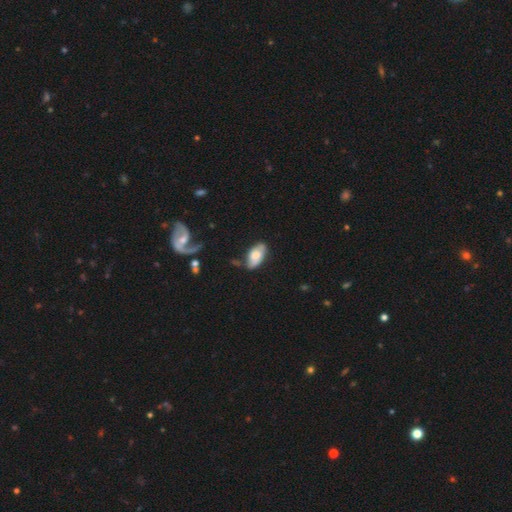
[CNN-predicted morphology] The model was most divided on "smooth or featured": smooth: 59%, featured or disk: 34%, star or artifact: 7%. More confident: how rounded — in between (93%); merging — none (67%).